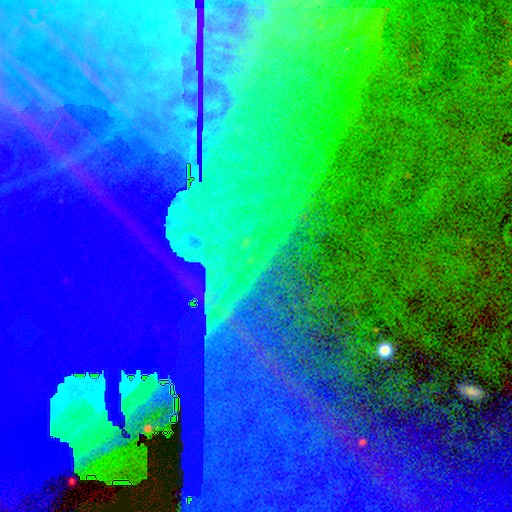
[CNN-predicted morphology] A star or artifact, not a galaxy (86%).